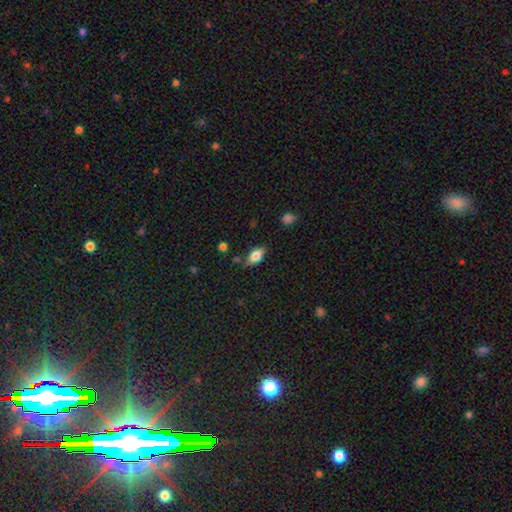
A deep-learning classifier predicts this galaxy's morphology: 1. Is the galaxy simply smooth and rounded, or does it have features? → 74% smooth, 18% featured or disk, 8% star or artifact.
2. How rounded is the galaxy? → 86% in between, 10% cigar-shaped, 4% round.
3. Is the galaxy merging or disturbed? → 79% none, 15% minor disturbance, 3% major disturbance, 3% merger.